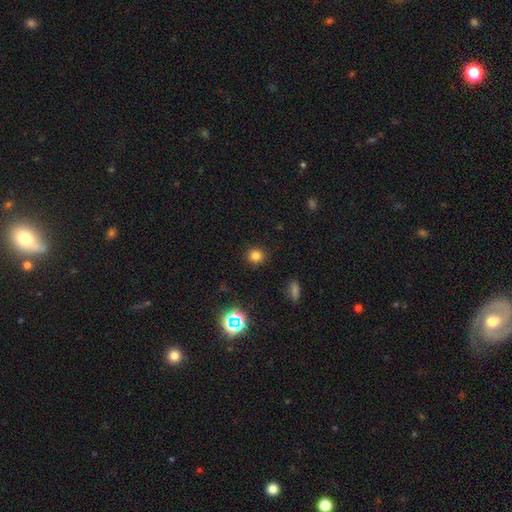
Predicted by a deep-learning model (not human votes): smooth_or_featured: smooth (p=0.79) [alt: star or artifact p=0.16]
how_rounded: round (p=0.91) [alt: in between p=0.08]
merging: none (p=0.91) [alt: minor disturbance p=0.06]